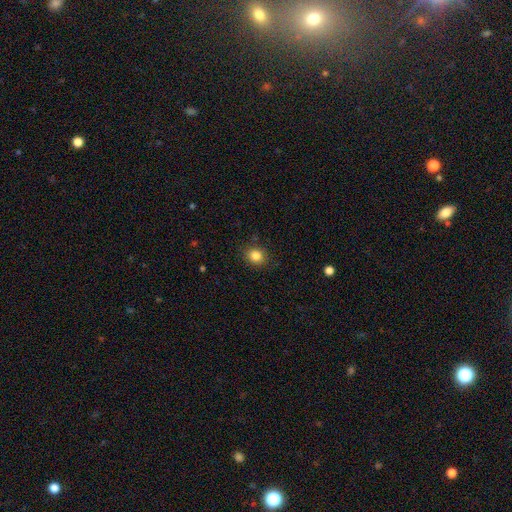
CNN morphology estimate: Smooth or featured? smooth (84%)
How rounded? round (74%)
Merging? none (88%)